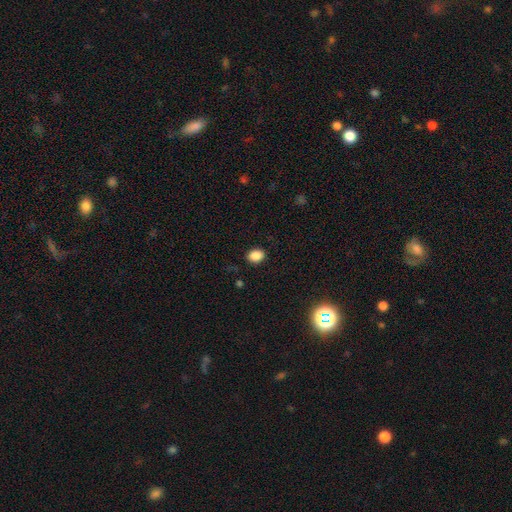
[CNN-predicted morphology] Smooth or featured: smooth — 87% (star or artifact — 9%)
How rounded: in between — 59% (round — 40%)
Merging: none — 89% (minor disturbance — 8%)